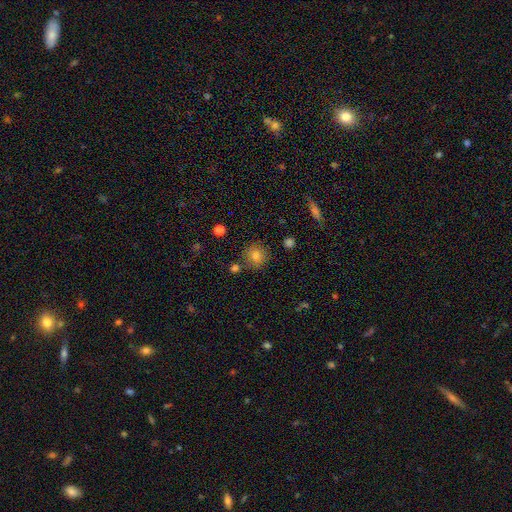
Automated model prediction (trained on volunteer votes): This appears to be a smooth galaxy with no disk features (80%) that is round (88%). Merging: none (79%).